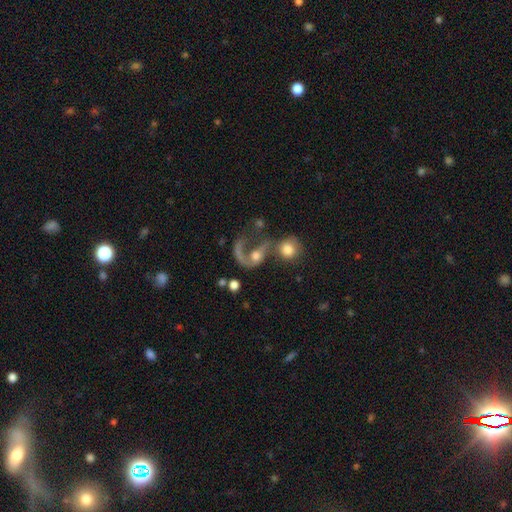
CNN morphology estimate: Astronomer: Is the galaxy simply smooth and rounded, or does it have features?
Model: featured or disk — 64%.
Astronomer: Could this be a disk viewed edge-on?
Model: no — 97%.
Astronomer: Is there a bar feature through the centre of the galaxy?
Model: no — 67%.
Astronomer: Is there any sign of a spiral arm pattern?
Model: yes — 75%.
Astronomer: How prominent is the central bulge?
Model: moderate — 55%.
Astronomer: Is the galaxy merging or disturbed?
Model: merger — 39% (runner-up: major disturbance, 34%).